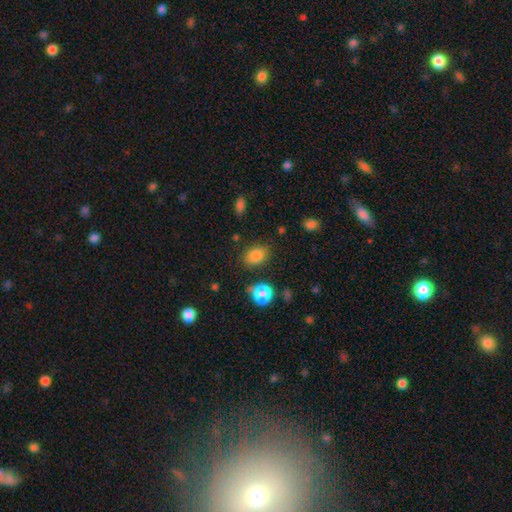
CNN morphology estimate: Overall: smooth (83%). How rounded: in between (68%; round 31%). Merging: none (79%).